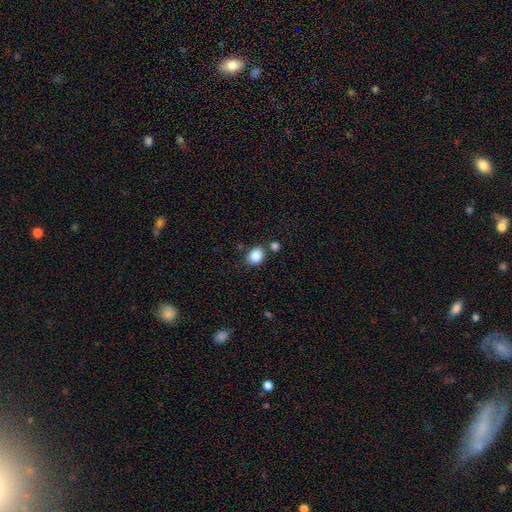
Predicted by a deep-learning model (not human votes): Q: Smooth or featured?
A: smooth (86%); runner-up: star or artifact (9%)
Q: How rounded?
A: in between (54%); runner-up: round (45%)
Q: Merging?
A: none (75%); runner-up: minor disturbance (11%)